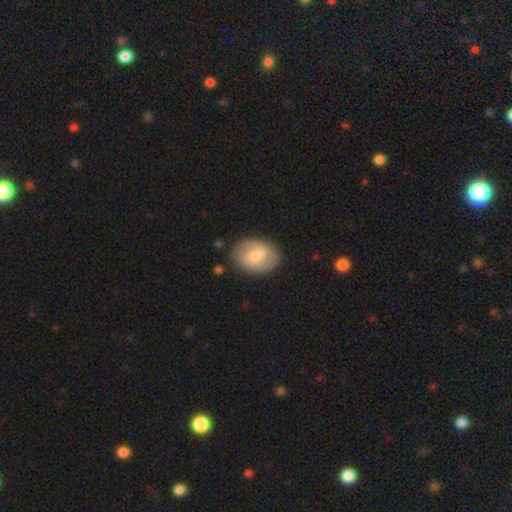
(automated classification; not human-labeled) Smooth or featured? Predicted: smooth (p=0.56). How rounded? Predicted: in between (p=0.77). Merging? Predicted: none (p=0.79).